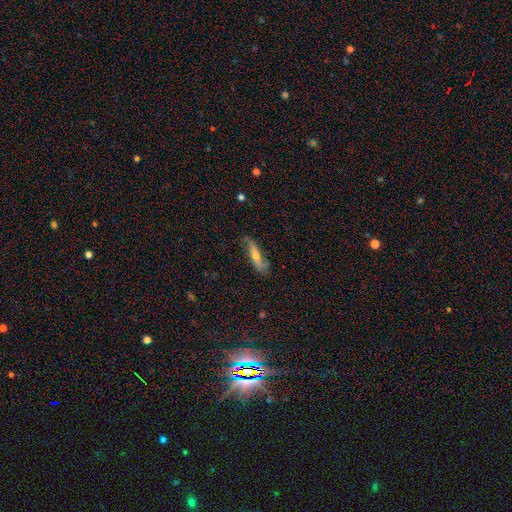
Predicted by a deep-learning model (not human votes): A featured or disk galaxy (50%).

Vote fractions:
- Smooth or featured? featured or disk: 50% / smooth: 42% / star or artifact: 8%
- Edge-on disk? no: 57% / yes: 43%
- Merging? none: 62% / minor disturbance: 26% / major disturbance: 9% / merger: 3%